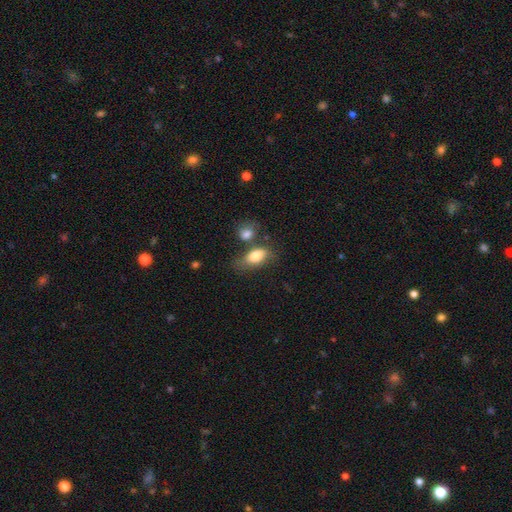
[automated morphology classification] A smooth galaxy with no disk features (80%) that is in between round and cigar-shaped (88%).

Vote fractions:
- Smooth or featured? smooth: 80% / featured or disk: 13% / star or artifact: 7%
- How rounded? in between: 88% / round: 8% / cigar-shaped: 4%
- Merging? none: 52% / merger: 22% / minor disturbance: 19% / major disturbance: 7%